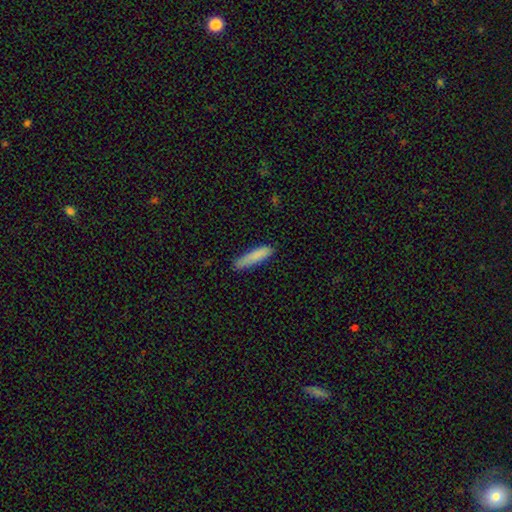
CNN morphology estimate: This is clearly a smooth galaxy (85%). How rounded: clearly cigar-shaped (81%). Merging: clearly none (81%).